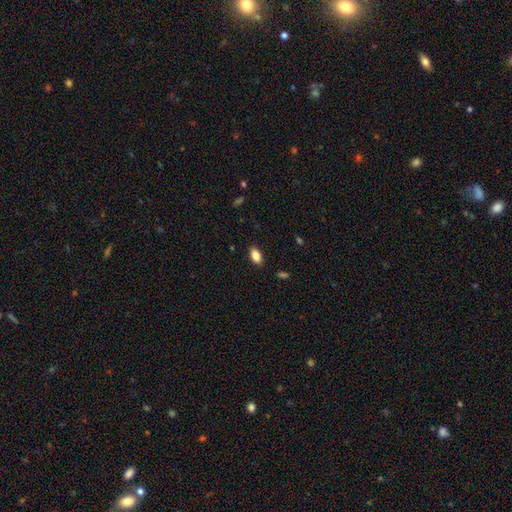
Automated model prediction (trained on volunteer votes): Smooth or featured?
  - smooth: 84% *
  - star or artifact: 8%
  - featured or disk: 8%
How rounded?
  - in between: 91% *
  - cigar-shaped: 5%
  - round: 4%
Merging?
  - none: 87% *
  - minor disturbance: 9%
  - major disturbance: 2%
  - merger: 1%